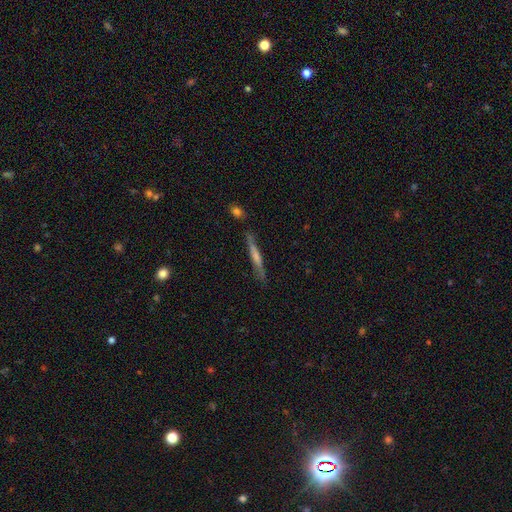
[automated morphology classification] Smooth or featured? Predicted: featured or disk (p=0.56). Edge-on disk? Predicted: yes (p=0.95). Edge-on bulge? Predicted: none (p=0.47). Merging? Predicted: none (p=0.84).